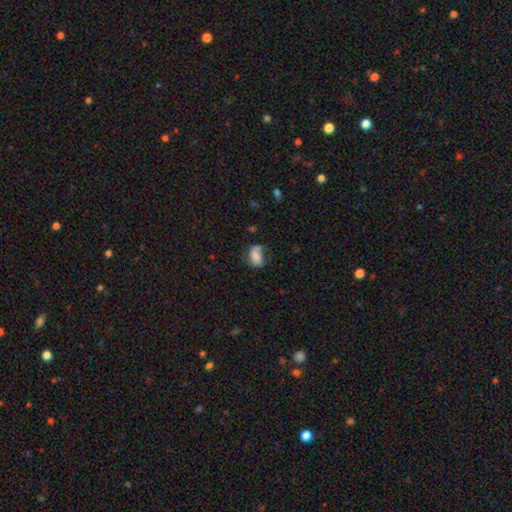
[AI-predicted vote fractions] Overall: smooth (58%; featured or disk 34%). How rounded: in between (74%). Merging: none (47%; minor disturbance 30%).